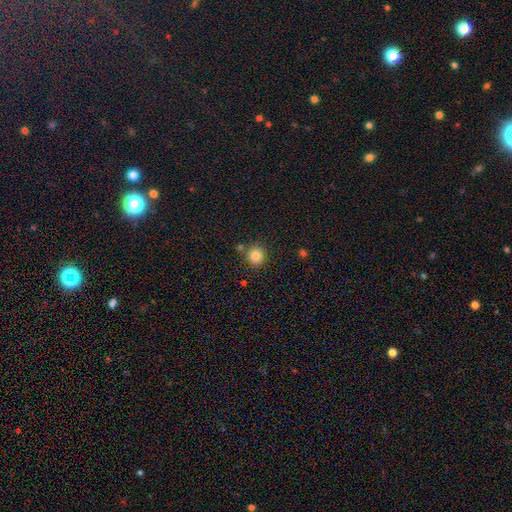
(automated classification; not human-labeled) Smooth or featured? Predicted: smooth (p=0.83). How rounded? Predicted: round (p=0.91). Merging? Predicted: none (p=0.80).